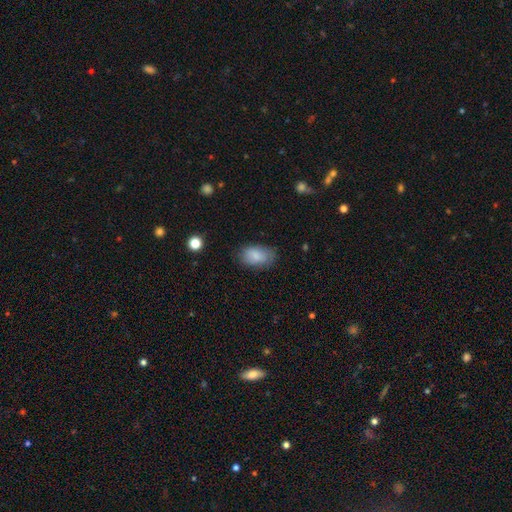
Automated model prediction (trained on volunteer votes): Morphology: type=smooth (85%); roundness=in between (92%); merging=none (76%).